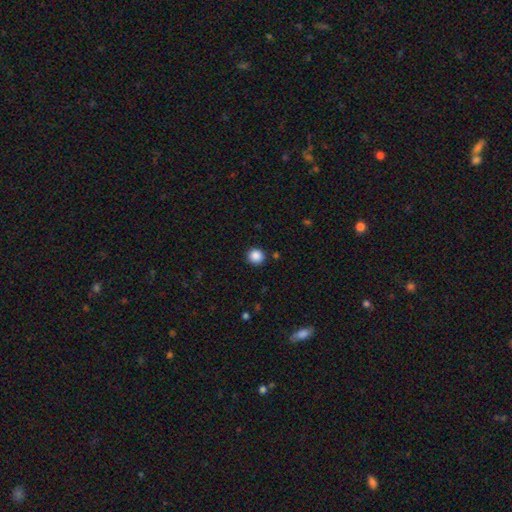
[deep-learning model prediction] This is clearly a smooth galaxy (87%). How rounded: clearly round (92%). Merging: clearly none (90%).